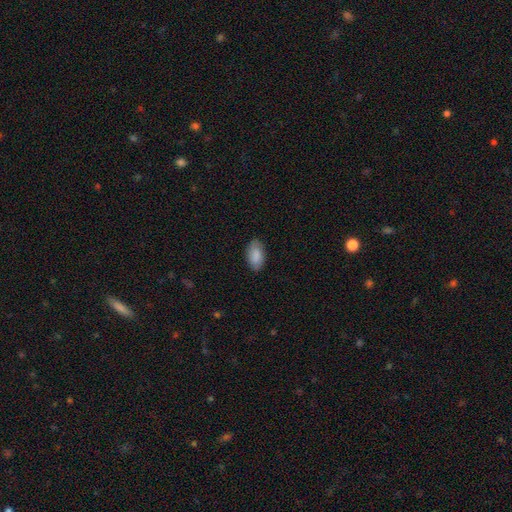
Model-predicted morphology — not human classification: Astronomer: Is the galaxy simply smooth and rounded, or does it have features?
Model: smooth — 86%.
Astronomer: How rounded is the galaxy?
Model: in between — 94%.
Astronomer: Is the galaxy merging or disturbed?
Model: none — 83%.